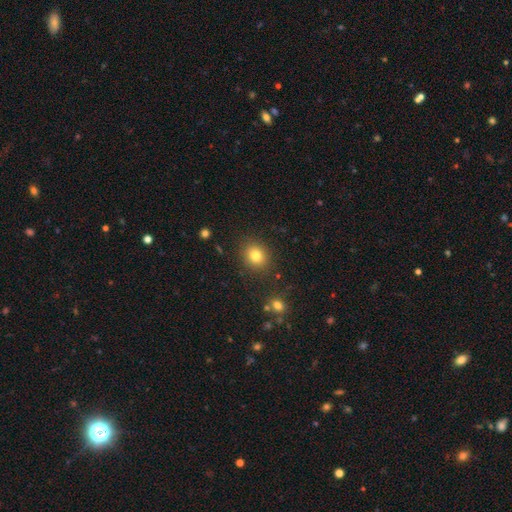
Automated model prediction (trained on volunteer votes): Smooth or featured? Predicted: smooth (p=0.80). How rounded? Predicted: round (p=0.73). Merging? Predicted: none (p=0.86).